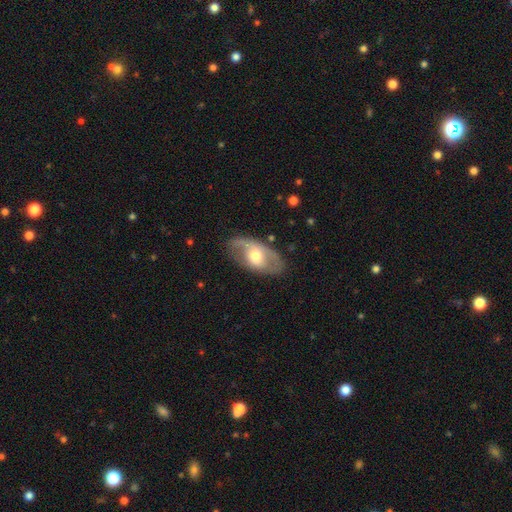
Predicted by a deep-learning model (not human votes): Smooth or featured: featured or disk — 62% (smooth — 33%)
Edge-on disk: no — 89% (yes — 11%)
Bar: no — 58% (weak — 31%)
Spiral arms: yes — 62% (no — 38%)
Bulge size: moderate — 64% (small — 21%)
Merging: none — 73% (minor disturbance — 17%)